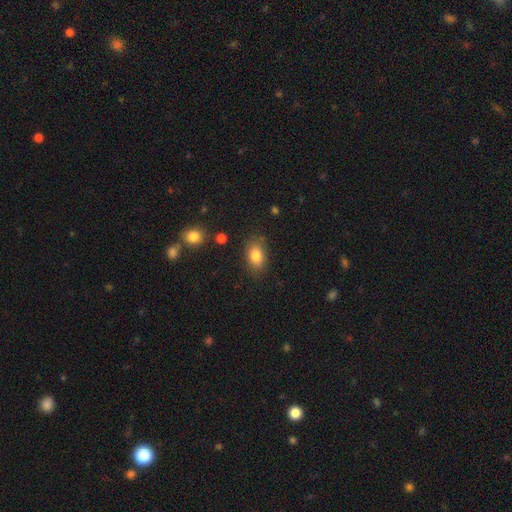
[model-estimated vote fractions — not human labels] smooth 84%, star or artifact 9%, featured or disk 8%. Down the decision tree: how rounded — in between (85%); merging — none (82%).